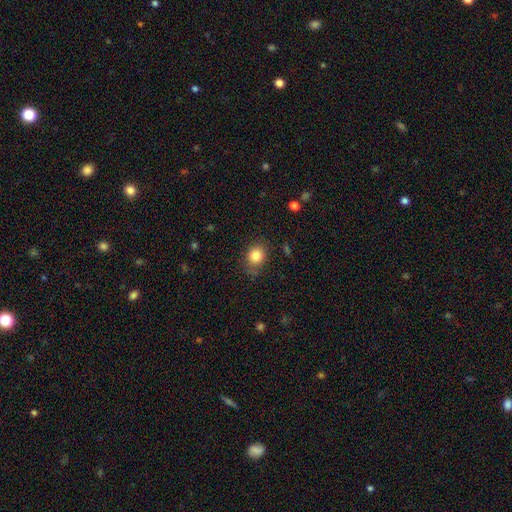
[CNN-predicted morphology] Smooth or featured?
  - smooth: 84% *
  - star or artifact: 11%
  - featured or disk: 6%
How rounded?
  - round: 70% *
  - in between: 29%
  - cigar-shaped: 1%
Merging?
  - none: 79% *
  - minor disturbance: 15%
  - major disturbance: 4%
  - merger: 2%